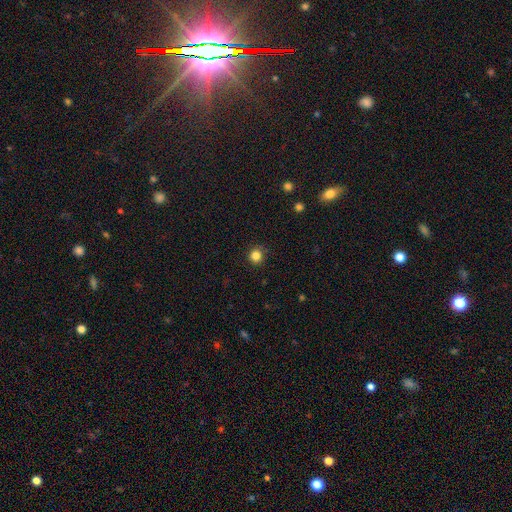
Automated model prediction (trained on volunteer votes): Smooth or featured?
  - smooth: 84% *
  - star or artifact: 13%
  - featured or disk: 4%
How rounded?
  - round: 94% *
  - in between: 5%
  - cigar-shaped: 1%
Merging?
  - none: 90% *
  - minor disturbance: 7%
  - major disturbance: 2%
  - merger: 1%